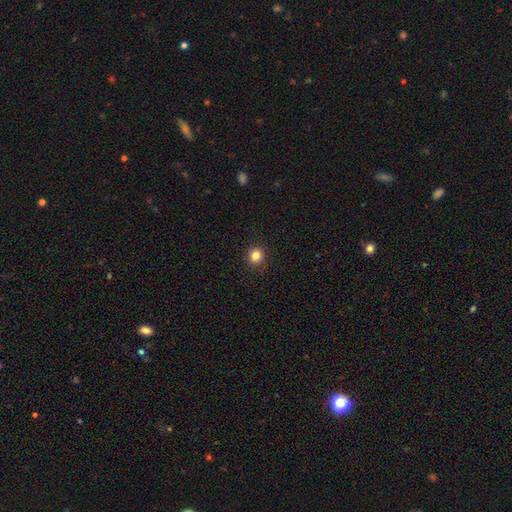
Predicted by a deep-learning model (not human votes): A smooth galaxy with no disk features (82%) that is round (90%).

Vote fractions:
- Smooth or featured? smooth: 82% / star or artifact: 12% / featured or disk: 5%
- How rounded? round: 90% / in between: 9% / cigar-shaped: 1%
- Merging? none: 91% / minor disturbance: 6% / major disturbance: 2% / merger: 1%